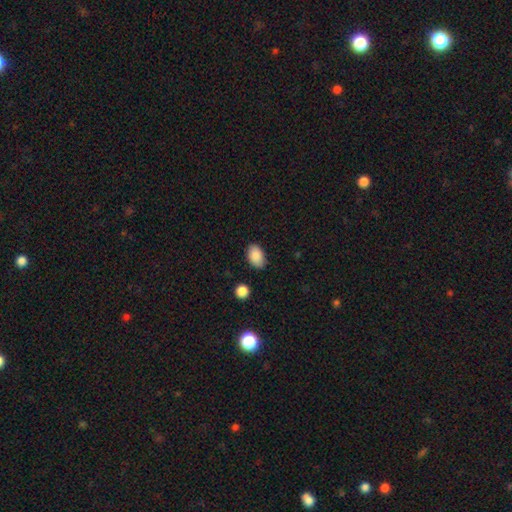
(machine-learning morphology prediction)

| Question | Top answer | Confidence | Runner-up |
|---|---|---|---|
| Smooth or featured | smooth | 88% | star or artifact (7%) |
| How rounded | in between | 90% | round (8%) |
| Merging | none | 82% | minor disturbance (14%) |